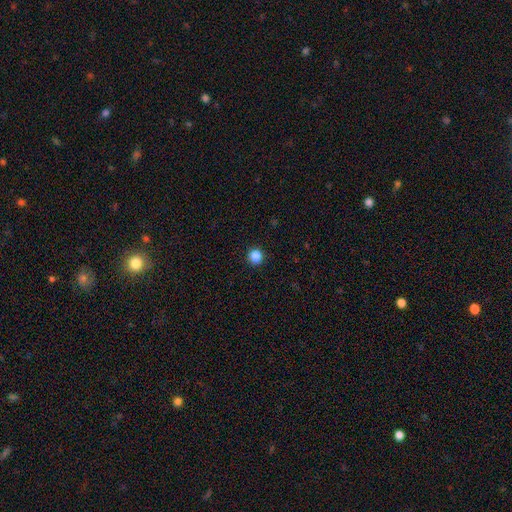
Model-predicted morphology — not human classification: This is clearly a smooth galaxy (86%). How rounded: clearly round (93%). Merging: clearly none (93%).